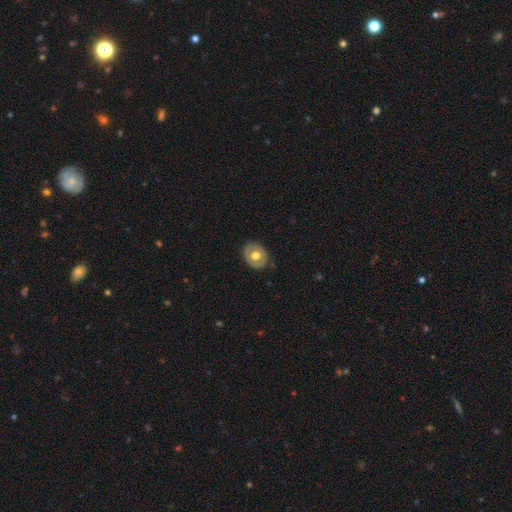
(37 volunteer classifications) Smooth or featured?
  - smooth: 46% * (tied)
  - featured or disk: 46% * (tied)
  - star or artifact: 8%
How rounded?
  - round: 59% *
  - in between: 41%
  - cigar-shaped: 0%
Merging?
  - none: 82% *
  - minor disturbance: 15%
  - major disturbance: 3%
  - merger: 0%